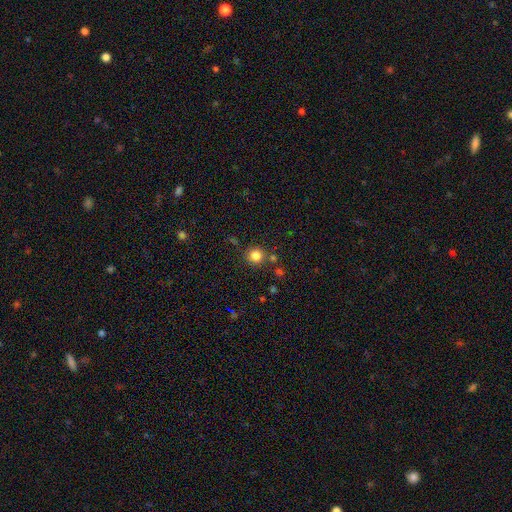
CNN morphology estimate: smooth 83%, star or artifact 12%, featured or disk 5%. Down the decision tree: how rounded — round (93%); merging — none (81%).